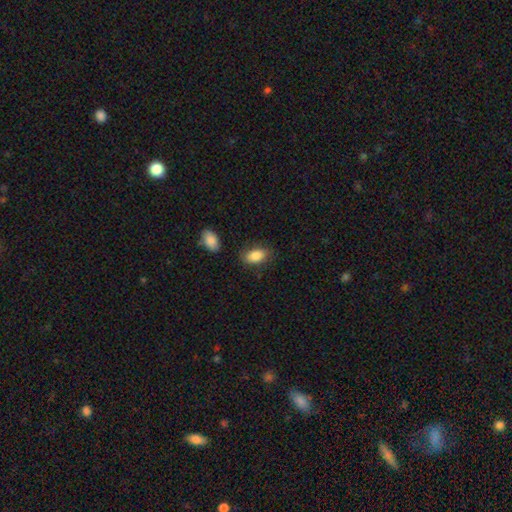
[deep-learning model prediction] The model was most divided on "merging": none: 80%, minor disturbance: 13%, merger: 3%, major disturbance: 3%. More confident: how rounded — in between (91%); smooth or featured — smooth (85%).